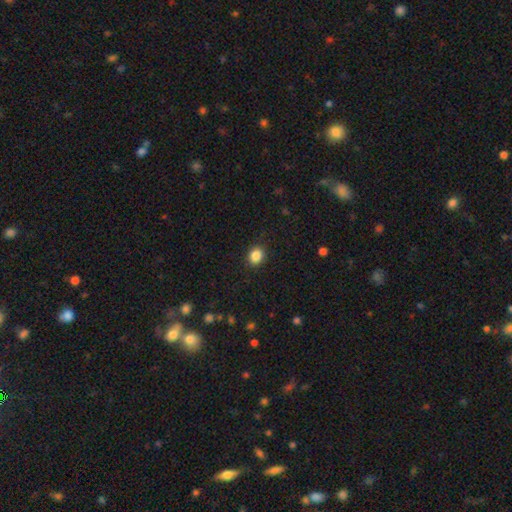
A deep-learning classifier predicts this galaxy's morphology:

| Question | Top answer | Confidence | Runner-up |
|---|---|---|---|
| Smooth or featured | smooth | 87% | star or artifact (10%) |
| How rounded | round | 64% | in between (35%) |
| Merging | none | 90% | minor disturbance (7%) |